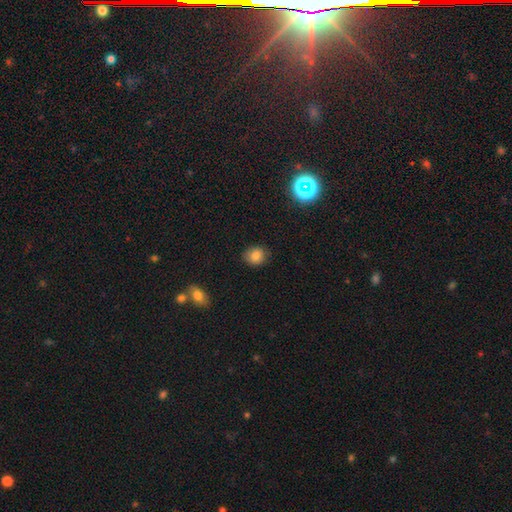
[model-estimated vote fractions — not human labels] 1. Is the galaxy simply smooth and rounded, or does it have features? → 83% smooth, 11% star or artifact, 6% featured or disk.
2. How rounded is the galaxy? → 68% round, 31% in between, 1% cigar-shaped.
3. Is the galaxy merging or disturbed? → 86% none, 11% minor disturbance, 2% major disturbance, 1% merger.